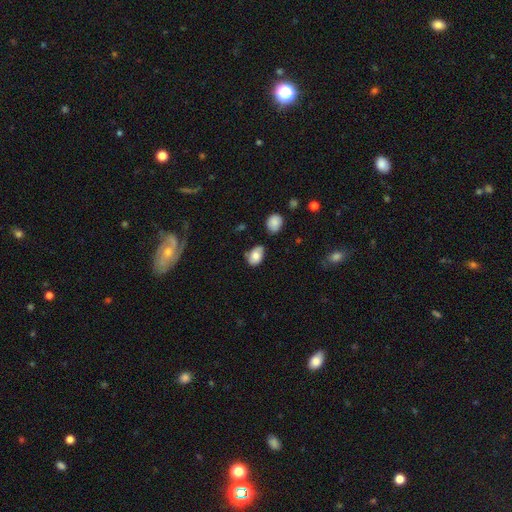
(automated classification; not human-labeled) A smooth galaxy with no disk features (75%) that is in between round and cigar-shaped (80%). Merging: none (50%).